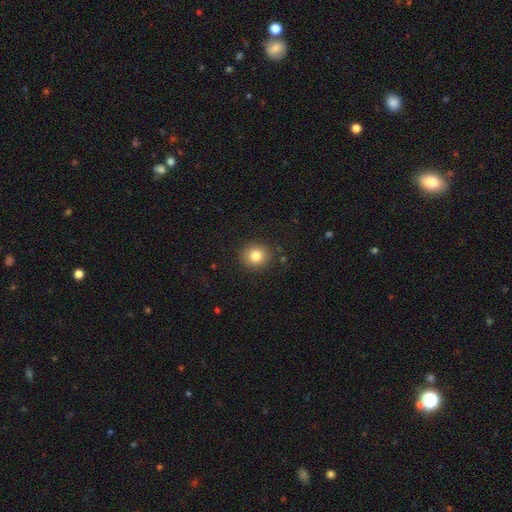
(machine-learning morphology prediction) type=smooth (82%); roundness=round (85%); merging=none (89%).